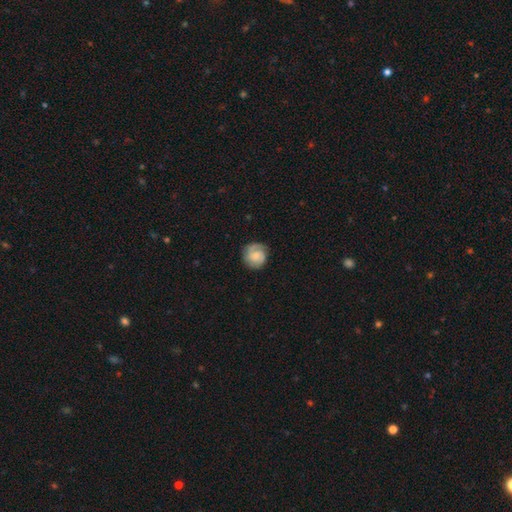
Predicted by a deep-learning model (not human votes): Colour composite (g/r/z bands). It shows a featured or disk galaxy (49%). Merging: none (75%).